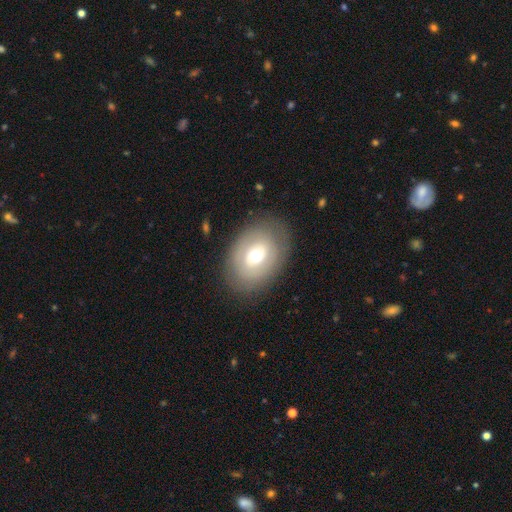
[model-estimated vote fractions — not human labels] A smooth galaxy with no disk features (53%) that is in between round and cigar-shaped (72%). Merging: none (82%).